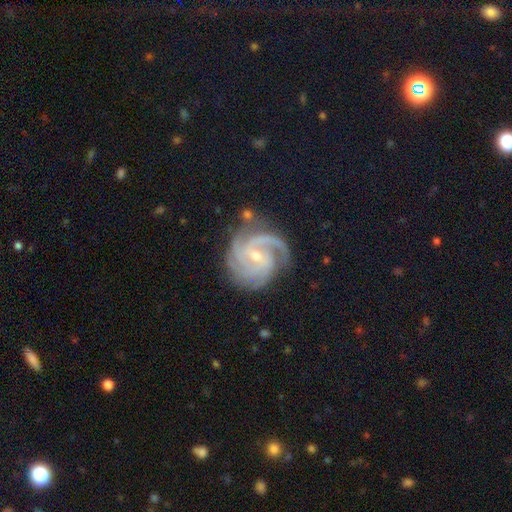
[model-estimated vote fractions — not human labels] This appears to be a featured or disk galaxy (91%) with a weak bar (47%), 3 (45%) tight (58%) spiral arms (98%) and a small central bulge (62%). Merging: none (74%).